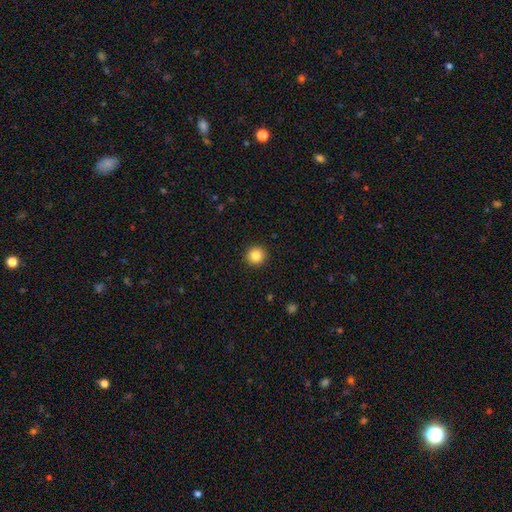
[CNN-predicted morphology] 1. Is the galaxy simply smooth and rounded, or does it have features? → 85% smooth, 10% star or artifact, 5% featured or disk.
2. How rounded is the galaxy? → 94% round, 5% in between, 1% cigar-shaped.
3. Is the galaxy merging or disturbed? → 93% none, 5% minor disturbance, 2% major disturbance, 1% merger.